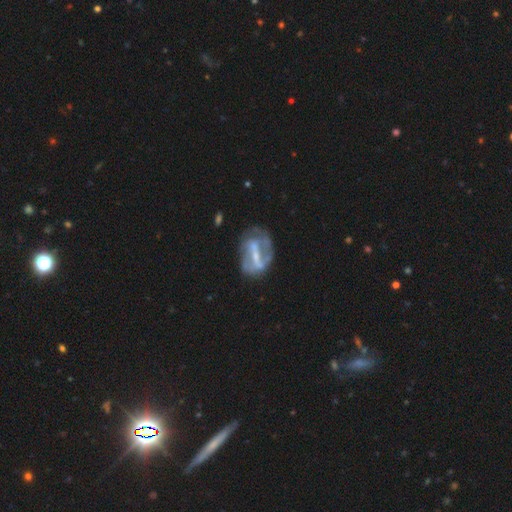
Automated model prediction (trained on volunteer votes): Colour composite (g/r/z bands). It shows a featured or disk galaxy (78%) with a strong bar (59%), 2 (60%) medium (38%) spiral arms (70%) and a small central bulge (48%). Merging: none (55%).